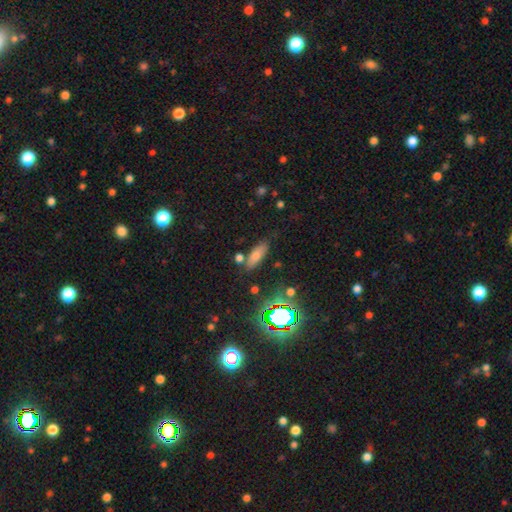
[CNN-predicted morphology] smooth_or_featured: smooth (p=0.63) [alt: star or artifact p=0.21]
how_rounded: in between (p=0.62) [alt: cigar-shaped p=0.33]
merging: none (p=0.75) [alt: minor disturbance p=0.14]